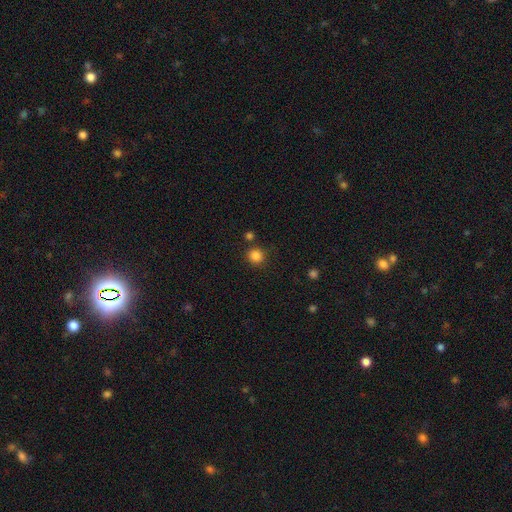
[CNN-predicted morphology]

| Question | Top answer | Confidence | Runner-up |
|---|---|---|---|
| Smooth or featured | smooth | 84% | star or artifact (12%) |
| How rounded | round | 92% | in between (7%) |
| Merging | none | 83% | minor disturbance (8%) |